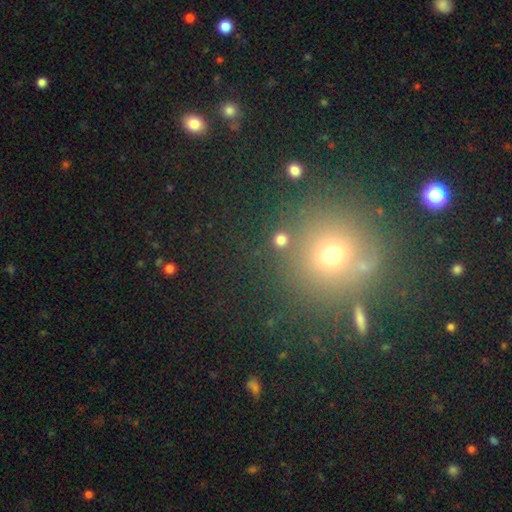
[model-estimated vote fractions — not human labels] Smooth or featured: smooth — 56% (star or artifact — 33%)
How rounded: round — 90% (in between — 8%)
Merging: none — 80% (minor disturbance — 9%)